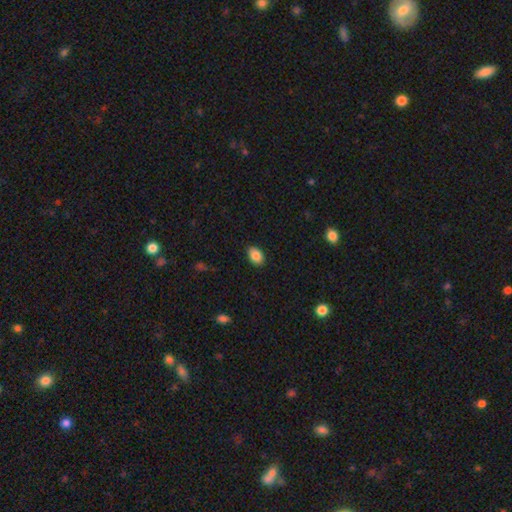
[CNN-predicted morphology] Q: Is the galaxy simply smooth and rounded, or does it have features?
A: smooth — 86%.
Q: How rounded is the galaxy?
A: in between — 84%.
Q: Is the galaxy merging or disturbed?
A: none — 87%.